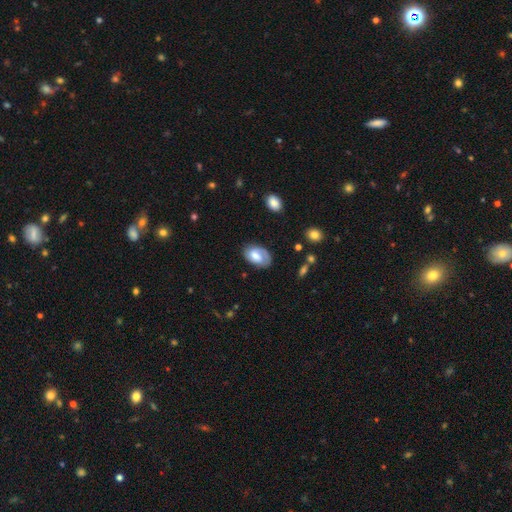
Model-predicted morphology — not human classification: This appears to be a smooth galaxy with no disk features (53%) that is in between round and cigar-shaped (90%). Merging: none (70%).